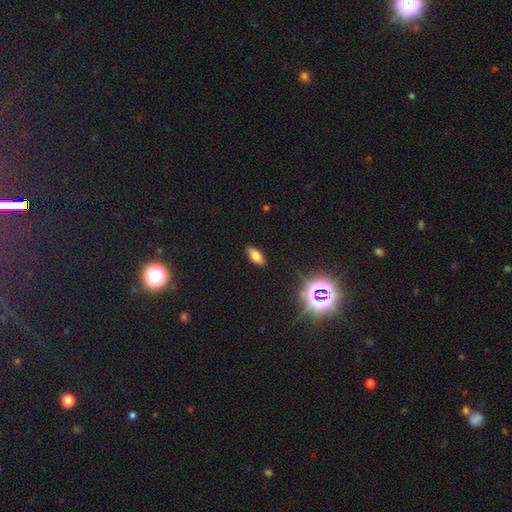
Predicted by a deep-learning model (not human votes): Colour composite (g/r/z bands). It shows a smooth galaxy with no disk features (73%) that is in between round and cigar-shaped (85%). Merging: none (88%).